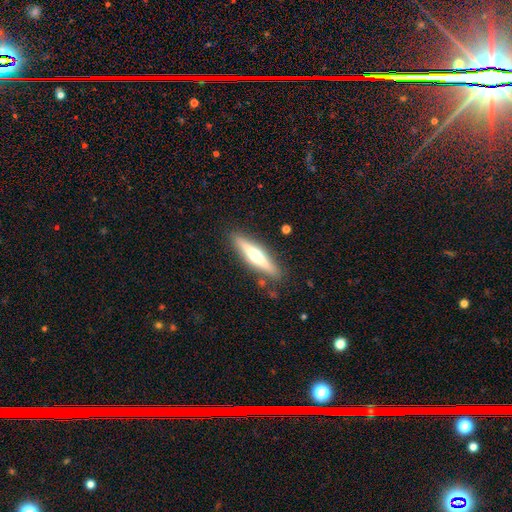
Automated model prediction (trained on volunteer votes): This appears to be a featured or disk galaxy (62%) viewed edge-on (95%) with a rounded central bulge (91%). Merging: none (87%).